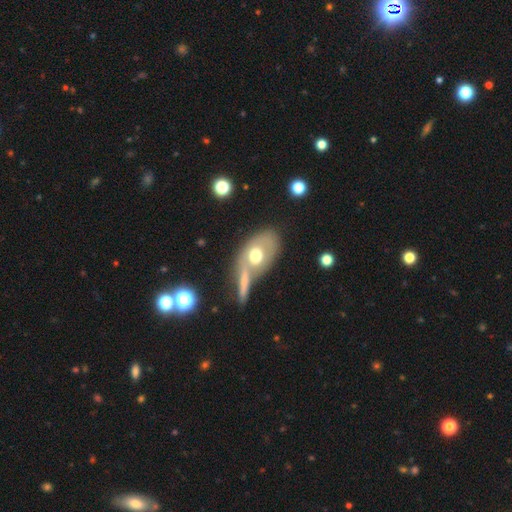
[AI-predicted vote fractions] This is possibly a smooth galaxy (53%). How rounded: clearly in between (82%). Merging: marginally none (44%).